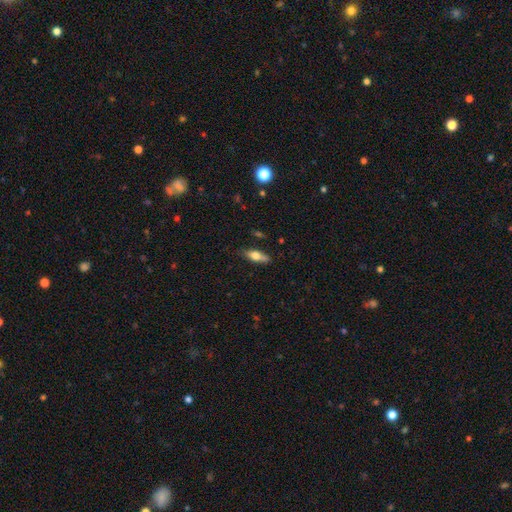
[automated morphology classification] Smooth or featured?
  - smooth: 63% *
  - featured or disk: 29%
  - star or artifact: 7%
How rounded?
  - in between: 64% *
  - cigar-shaped: 32%
  - round: 3%
Merging?
  - none: 72% *
  - minor disturbance: 19%
  - merger: 4%
  - major disturbance: 4%